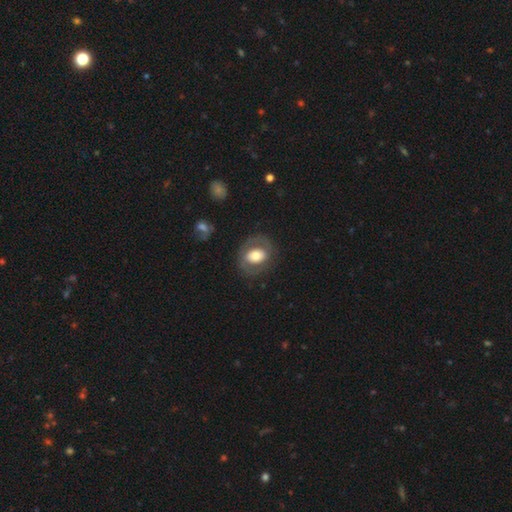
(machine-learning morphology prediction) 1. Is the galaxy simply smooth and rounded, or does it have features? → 51% smooth, 42% featured or disk, 7% star or artifact.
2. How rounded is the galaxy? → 54% in between, 44% round, 1% cigar-shaped.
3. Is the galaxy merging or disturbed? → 75% none, 14% minor disturbance, 10% major disturbance, 2% merger.